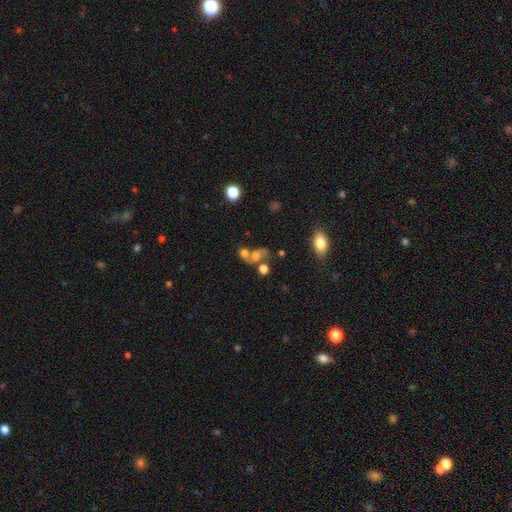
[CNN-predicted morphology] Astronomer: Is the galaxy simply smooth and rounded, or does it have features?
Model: smooth — 56%.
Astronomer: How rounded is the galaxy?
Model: in between — 54% (runner-up: round, 43%).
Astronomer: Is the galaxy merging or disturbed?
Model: merger — 50% (runner-up: none, 29%).